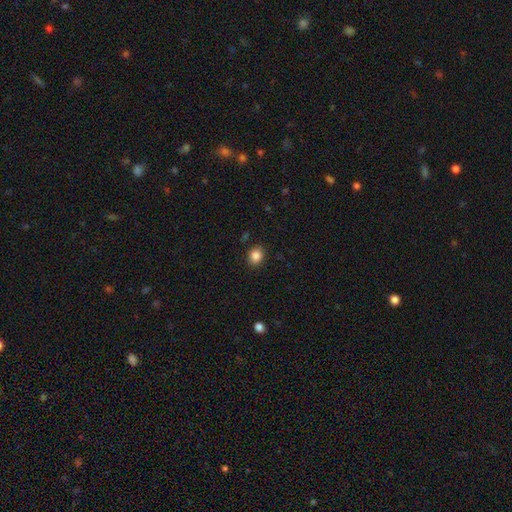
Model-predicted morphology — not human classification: Smooth or featured?
  - smooth: 86% *
  - star or artifact: 10%
  - featured or disk: 4%
How rounded?
  - round: 62% *
  - in between: 37%
  - cigar-shaped: 1%
Merging?
  - none: 89% *
  - minor disturbance: 8%
  - major disturbance: 2%
  - merger: 1%